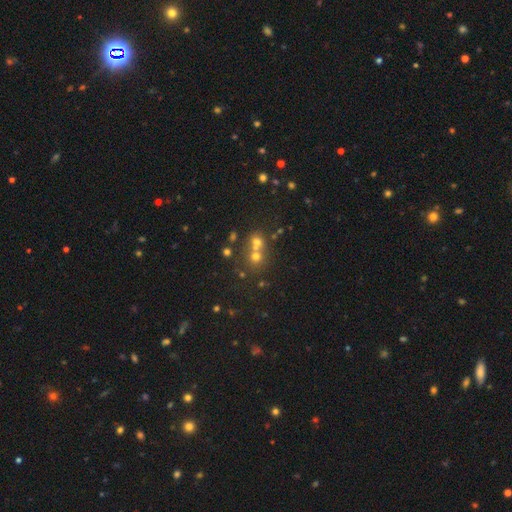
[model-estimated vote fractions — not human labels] smooth-or-featured: smooth: 52% | star or artifact: 30% | featured or disk: 18%
  how-rounded: round: 82% | in between: 17% | cigar-shaped: 1%
  merging: merger: 49% | none: 42% | minor disturbance: 6% | major disturbance: 3%